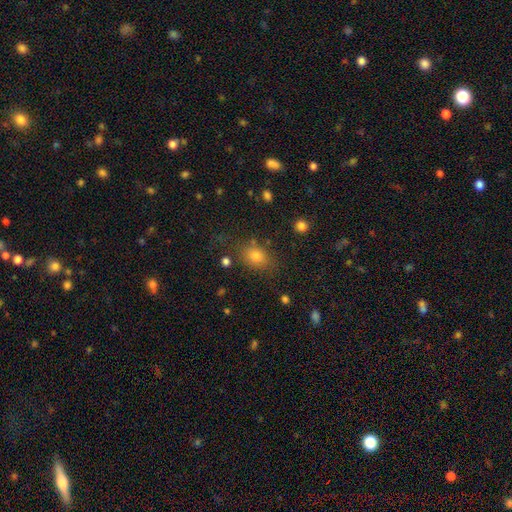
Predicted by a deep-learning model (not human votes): Smooth or featured: smooth — 75% (star or artifact — 17%)
How rounded: in between — 57% (round — 41%)
Merging: none — 76% (minor disturbance — 14%)